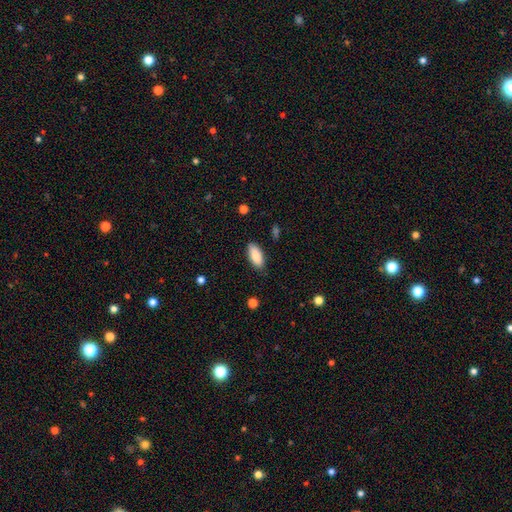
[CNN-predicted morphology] smooth_or_featured: smooth (p=0.86) [alt: featured or disk p=0.07]
how_rounded: in between (p=0.86) [alt: cigar-shaped p=0.12]
merging: none (p=0.85) [alt: minor disturbance p=0.12]